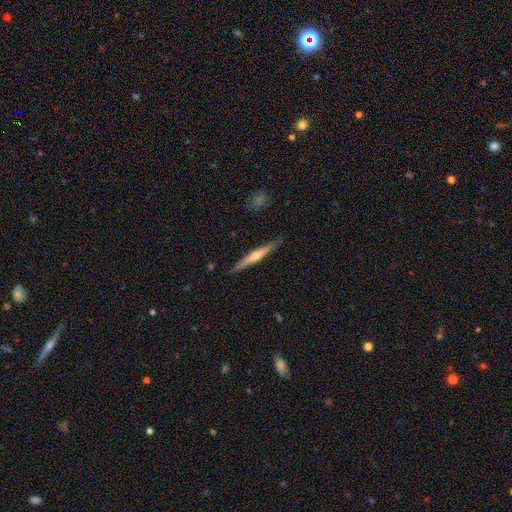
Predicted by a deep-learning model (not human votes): Smooth or featured? Predicted: featured or disk (p=0.66). Edge-on disk? Predicted: yes (p=0.97). Edge-on bulge? Predicted: rounded (p=0.81). Merging? Predicted: none (p=0.89).